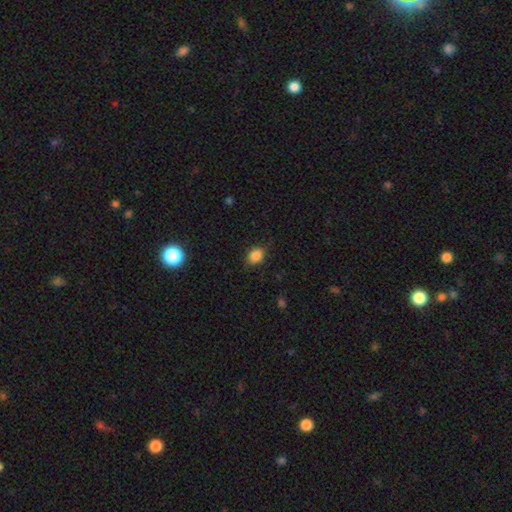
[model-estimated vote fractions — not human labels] This is clearly a smooth galaxy (85%). How rounded: possibly in between (57%). Merging: likely none (78%).